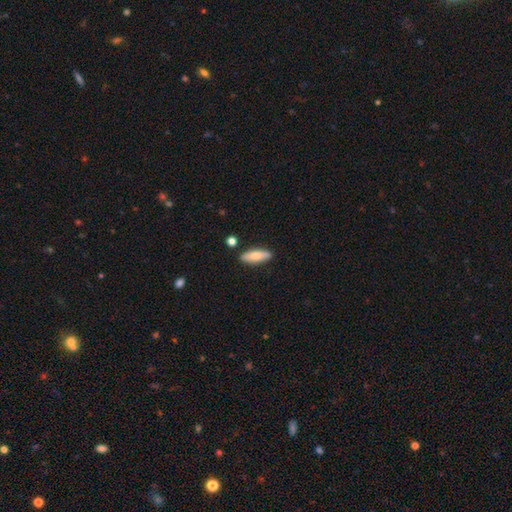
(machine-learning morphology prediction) smooth 72%, featured or disk 21%, star or artifact 6%. Down the decision tree: how rounded — in between (55%); merging — none (84%).